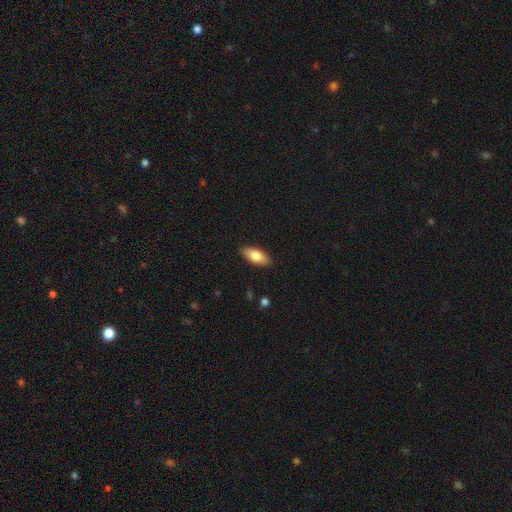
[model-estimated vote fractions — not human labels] Q: Smooth or featured?
A: smooth (76%); runner-up: featured or disk (18%)
Q: How rounded?
A: in between (83%); runner-up: cigar-shaped (14%)
Q: Merging?
A: none (89%); runner-up: minor disturbance (9%)